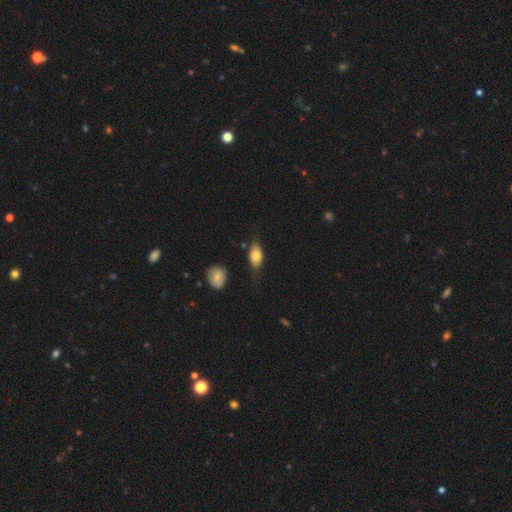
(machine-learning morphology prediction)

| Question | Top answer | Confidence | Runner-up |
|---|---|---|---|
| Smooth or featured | smooth | 69% | featured or disk (25%) |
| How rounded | in between | 85% | cigar-shaped (8%) |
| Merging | none | 61% | minor disturbance (27%) |